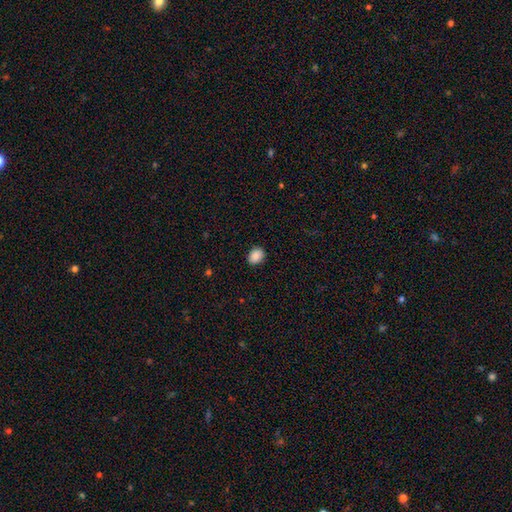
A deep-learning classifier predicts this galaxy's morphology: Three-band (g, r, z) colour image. It shows a smooth galaxy with no disk features (89%) that is in between round and cigar-shaped (61%). Merging: none (88%).